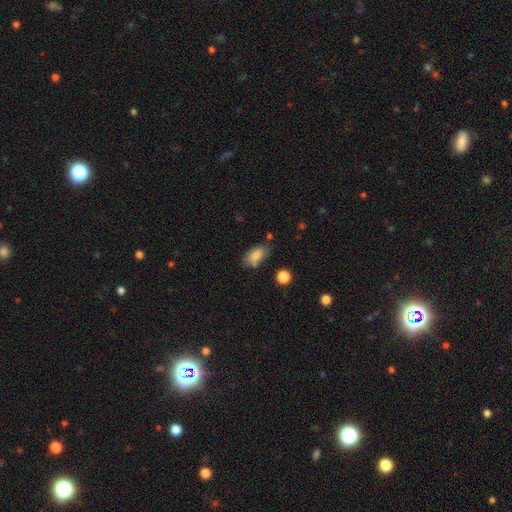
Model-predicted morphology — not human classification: A smooth galaxy with no disk features (82%) that is in between round and cigar-shaped (90%). Merging: none (66%).